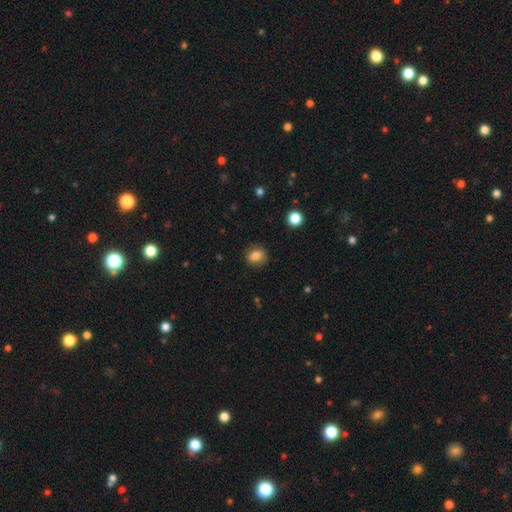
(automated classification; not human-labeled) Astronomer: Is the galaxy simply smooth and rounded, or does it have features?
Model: smooth — 82%.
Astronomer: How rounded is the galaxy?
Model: round — 53% (runner-up: in between, 46%).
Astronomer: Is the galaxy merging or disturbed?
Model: none — 84%.